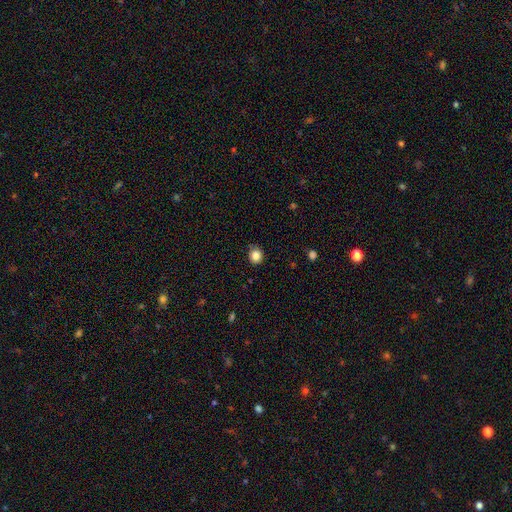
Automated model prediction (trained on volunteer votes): Overall: smooth (84%). How rounded: round (75%). Merging: none (83%).